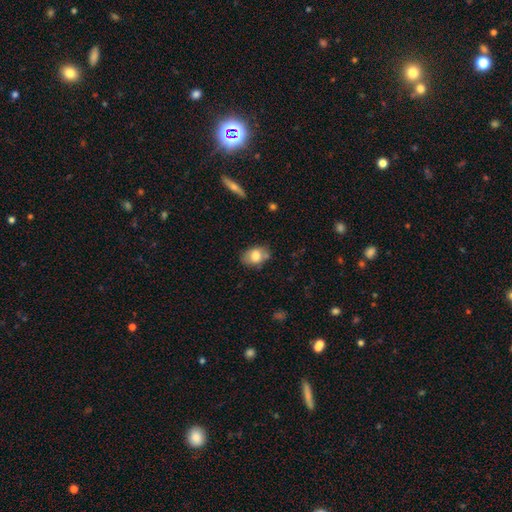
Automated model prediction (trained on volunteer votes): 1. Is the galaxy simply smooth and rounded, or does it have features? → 73% smooth, 19% featured or disk, 8% star or artifact.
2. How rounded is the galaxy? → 77% in between, 21% round, 1% cigar-shaped.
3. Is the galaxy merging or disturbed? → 69% none, 20% minor disturbance, 6% merger, 5% major disturbance.